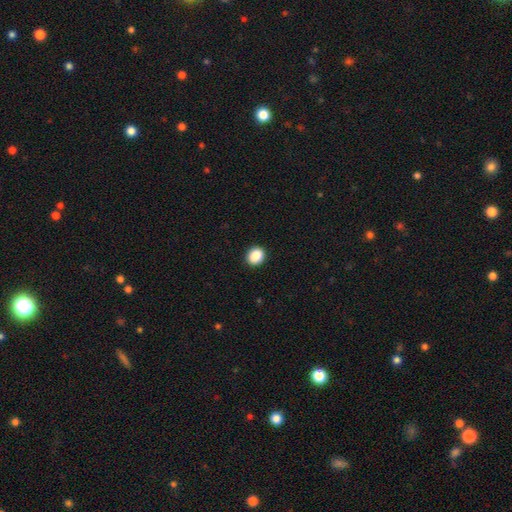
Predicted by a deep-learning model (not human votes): smooth 89%, star or artifact 9%, featured or disk 2%. Down the decision tree: how rounded — round (67%); merging — none (92%).